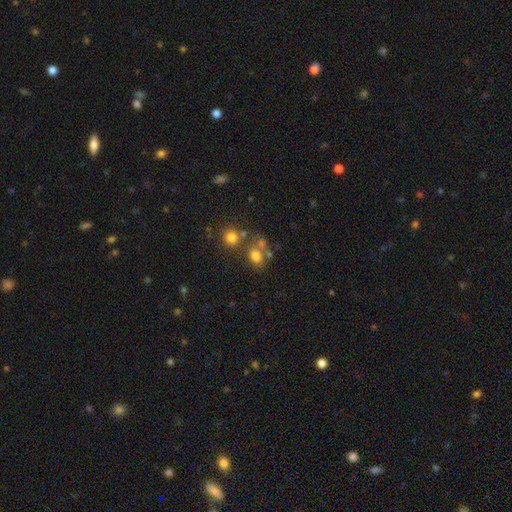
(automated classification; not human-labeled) This is likely a smooth galaxy (72%). How rounded: possibly in between (56%). Merging: possibly none (50%).